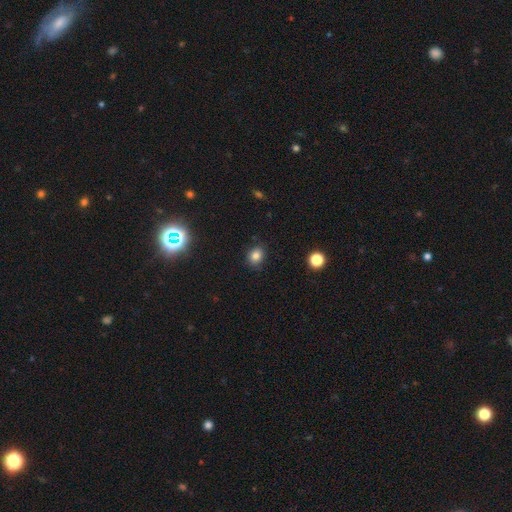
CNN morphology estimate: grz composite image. It shows a smooth galaxy with no disk features (82%) that is round (57%). Merging: none (83%).